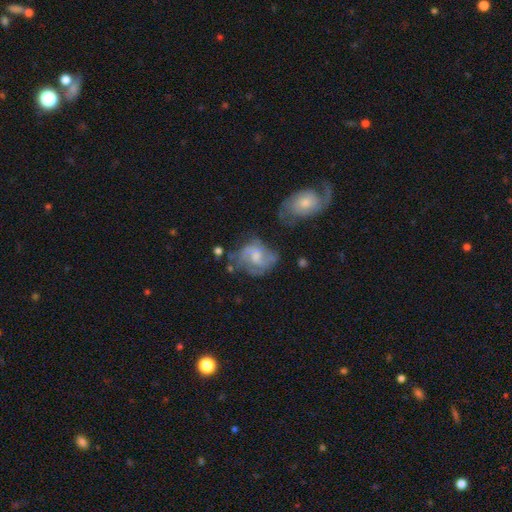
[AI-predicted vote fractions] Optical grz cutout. It shows a featured or disk galaxy (67%) with no bar (51%), 2 (45%) medium (47%) spiral arms (80%) and a moderate central bulge (42%). Merging: none (44%).